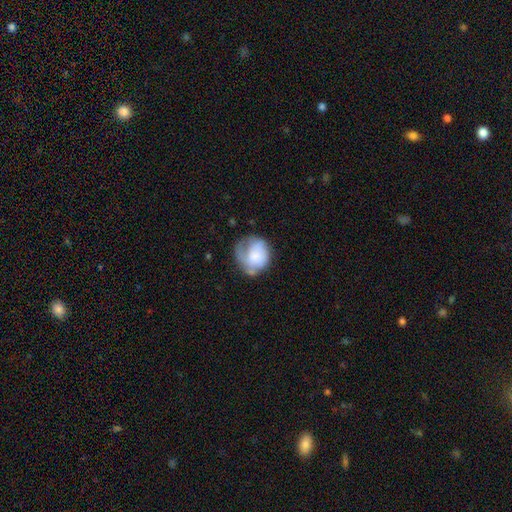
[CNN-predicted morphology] This appears to be a smooth galaxy with no disk features (56%) that is round (71%). Merging: none (40%).